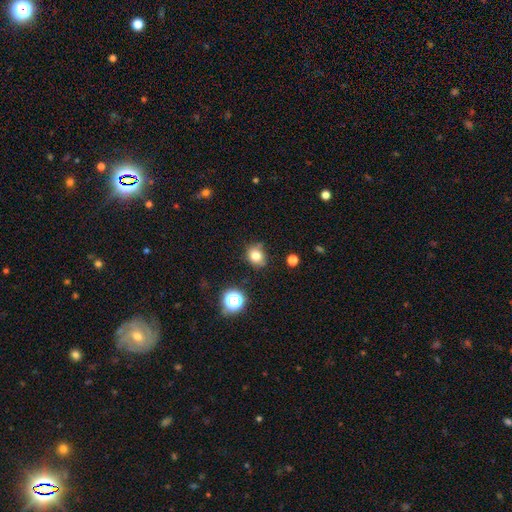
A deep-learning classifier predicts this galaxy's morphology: smooth 79%, star or artifact 14%, featured or disk 7%. Down the decision tree: how rounded — round (66%); merging — none (75%).